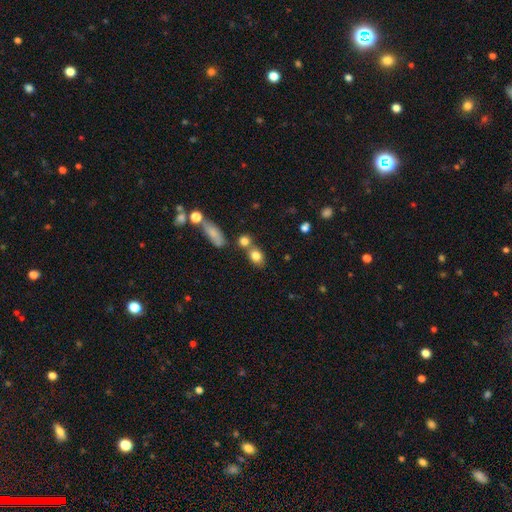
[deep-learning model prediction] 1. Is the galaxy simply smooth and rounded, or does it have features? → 80% smooth, 10% star or artifact, 10% featured or disk.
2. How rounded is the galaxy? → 56% in between, 41% round, 3% cigar-shaped.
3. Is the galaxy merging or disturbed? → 53% none, 31% merger, 12% minor disturbance, 5% major disturbance.